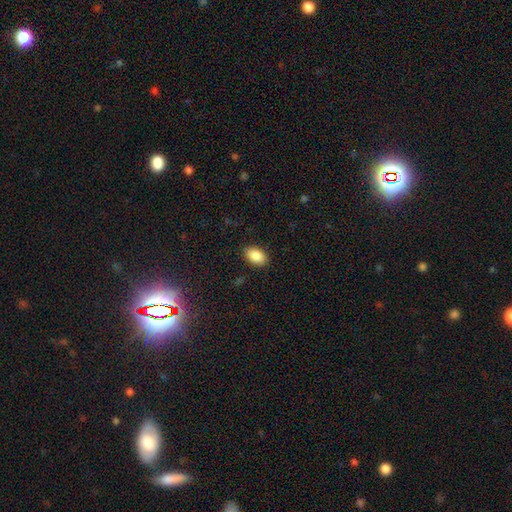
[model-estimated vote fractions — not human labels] A smooth galaxy with no disk features (88%) that is in between round and cigar-shaped (90%).

Vote fractions:
- Smooth or featured? smooth: 88% / star or artifact: 7% / featured or disk: 4%
- How rounded? in between: 90% / round: 8% / cigar-shaped: 1%
- Merging? none: 88% / minor disturbance: 9% / major disturbance: 2% / merger: 1%